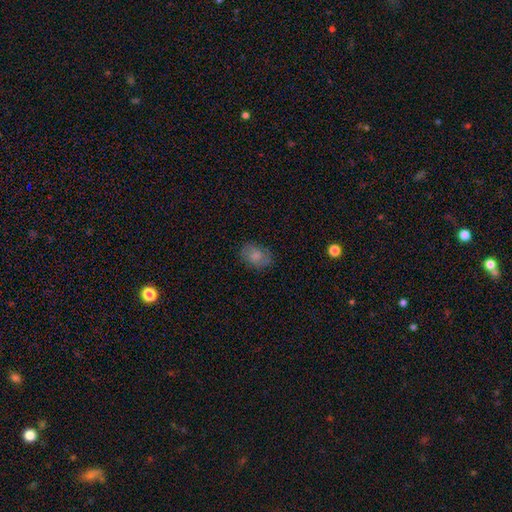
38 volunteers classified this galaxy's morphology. smooth_or_featured: smooth (p=0.76) [alt: featured or disk p=0.16]
how_rounded: in between (p=0.79) [alt: round p=0.21]
merging: none (p=0.83) [alt: minor disturbance p=0.14]